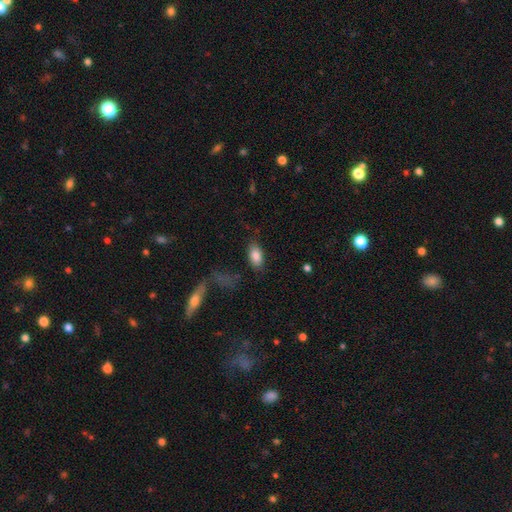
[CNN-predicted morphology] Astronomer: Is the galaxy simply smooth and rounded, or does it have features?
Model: smooth — 84%.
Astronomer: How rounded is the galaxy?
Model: in between — 92%.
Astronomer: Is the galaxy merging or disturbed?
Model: none — 79%.